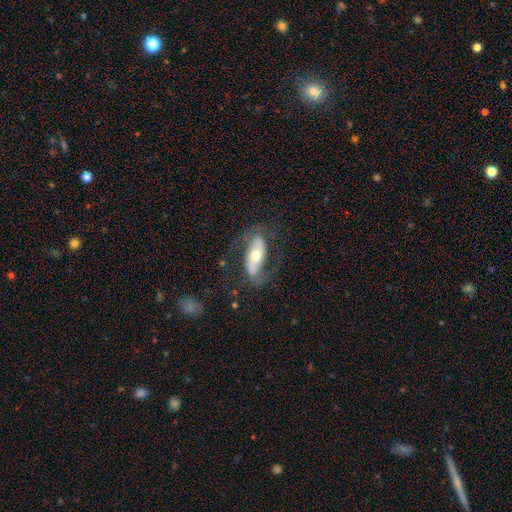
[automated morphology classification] type=featured or disk (67%); edge-on=no (87%); bar=no (43%); spiral arms=yes (79%); bulge=moderate (61%); merging=none (67%).